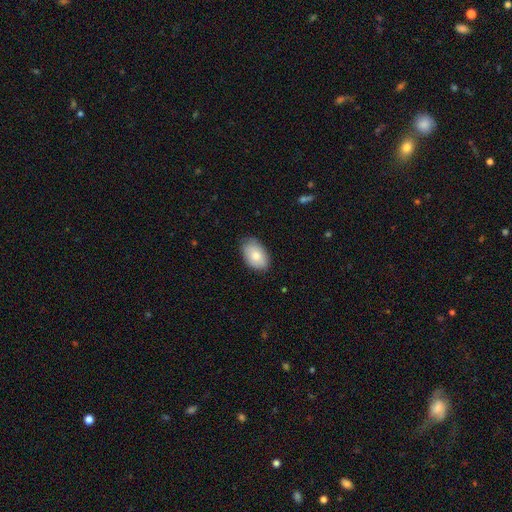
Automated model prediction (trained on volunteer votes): Overall: smooth (79%). How rounded: in between (90%). Merging: none (78%).